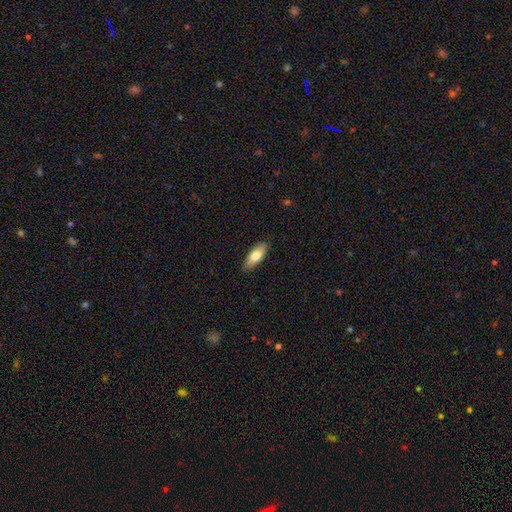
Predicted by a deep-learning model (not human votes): smooth 78%, featured or disk 16%, star or artifact 6%. Down the decision tree: how rounded — in between (78%); merging — none (87%).